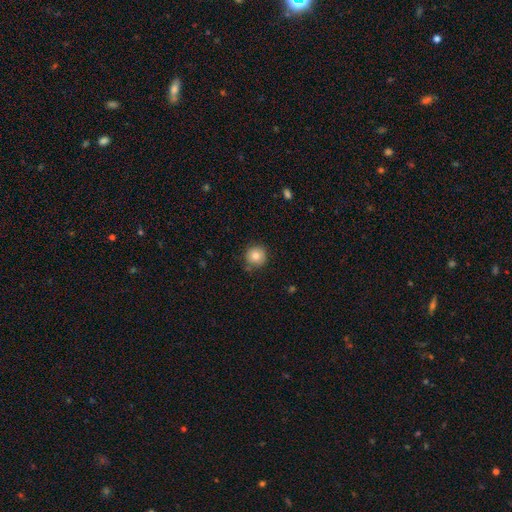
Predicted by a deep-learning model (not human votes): Smooth or featured? Predicted: smooth (p=0.81). How rounded? Predicted: round (p=0.93). Merging? Predicted: none (p=0.80).